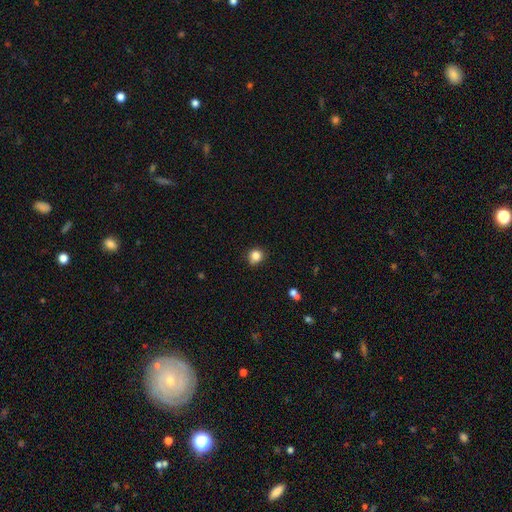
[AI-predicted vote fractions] smooth_or_featured: smooth (p=0.84) [alt: star or artifact p=0.11]
how_rounded: round (p=0.83) [alt: in between p=0.16]
merging: none (p=0.84) [alt: minor disturbance p=0.12]